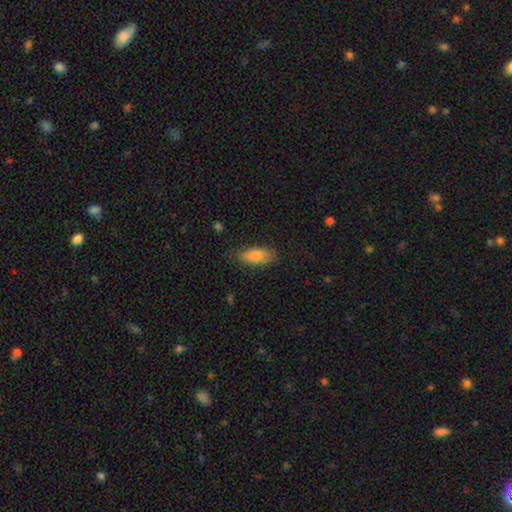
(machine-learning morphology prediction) Smooth or featured?
  - smooth: 83% *
  - featured or disk: 11%
  - star or artifact: 7%
How rounded?
  - in between: 83% *
  - cigar-shaped: 14%
  - round: 2%
Merging?
  - none: 78% *
  - minor disturbance: 17%
  - major disturbance: 4%
  - merger: 1%